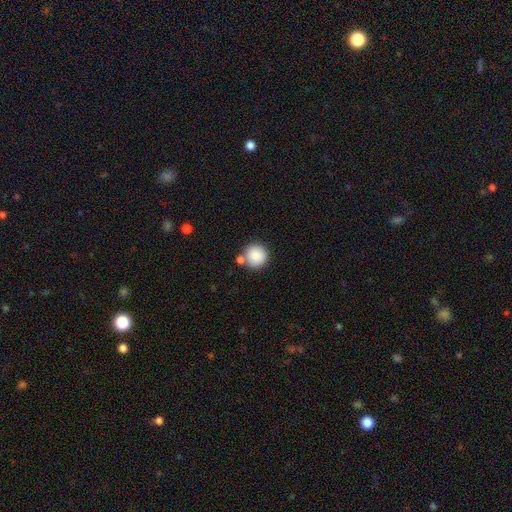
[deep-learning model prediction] This is clearly a smooth galaxy (86%). How rounded: clearly round (93%). Merging: likely none (73%).